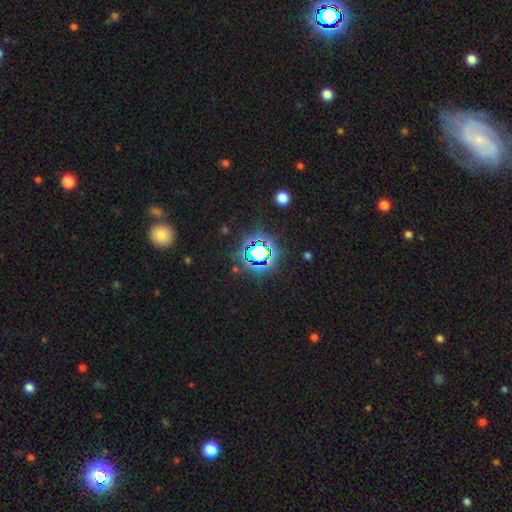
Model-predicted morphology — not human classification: smooth-or-featured: star or artifact: 75% | smooth: 16% | featured or disk: 10%